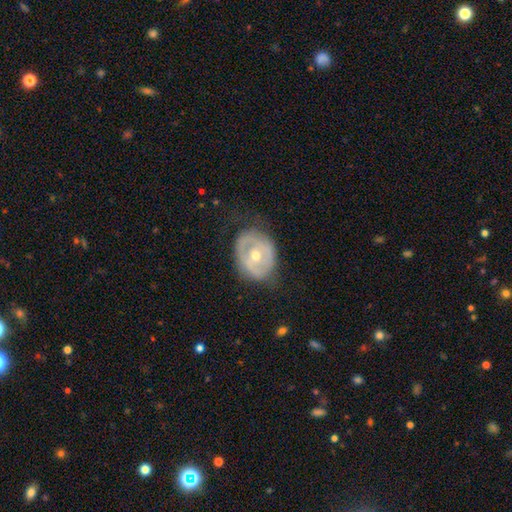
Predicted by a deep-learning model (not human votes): Smooth or featured?
  - featured or disk: 66% *
  - smooth: 28%
  - star or artifact: 6%
Edge-on disk?
  - no: 95% *
  - yes: 5%
Bar?
  - no: 56% *
  - weak: 28%
  - strong: 16%
Spiral arms?
  - no: 64% *
  - yes: 36%
Bulge size?
  - moderate: 59% *
  - small: 38%
  - large: 2%
  - none: 1%
  - dominant: 1%
Merging?
  - none: 63% *
  - minor disturbance: 23%
  - major disturbance: 12%
  - merger: 1%